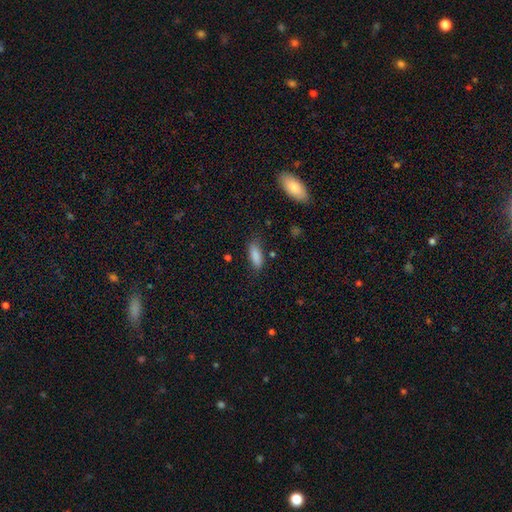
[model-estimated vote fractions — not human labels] The model was most divided on "how rounded": in between: 75%, cigar-shaped: 23%, round: 2%. More confident: smooth or featured — smooth (87%); merging — none (76%).